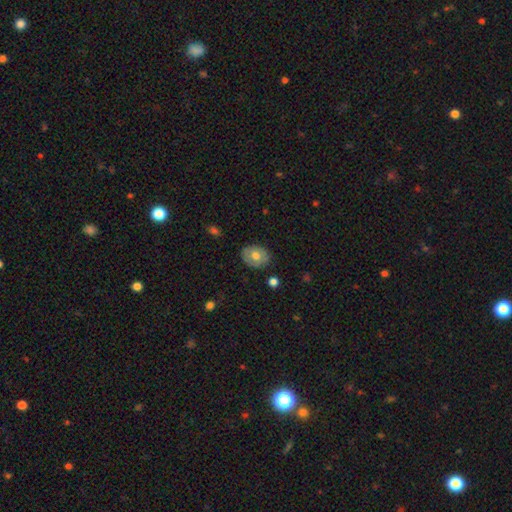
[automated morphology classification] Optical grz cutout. It shows a smooth galaxy with no disk features (62%) that is in between round and cigar-shaped (58%). Merging: none (82%).